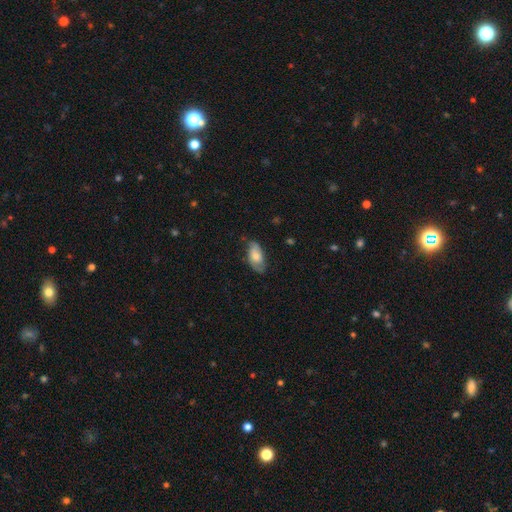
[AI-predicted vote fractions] This is likely a smooth galaxy (62%). How rounded: clearly in between (91%). Merging: likely none (66%).